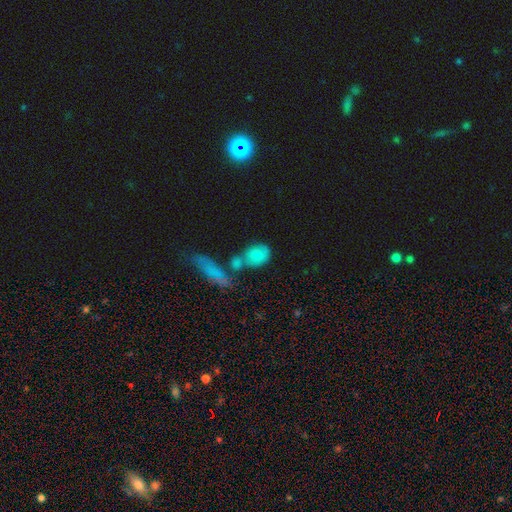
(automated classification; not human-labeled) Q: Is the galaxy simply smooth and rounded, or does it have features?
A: smooth — 67%.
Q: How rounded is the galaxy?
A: in between — 60%.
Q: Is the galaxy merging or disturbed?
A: none — 44%.